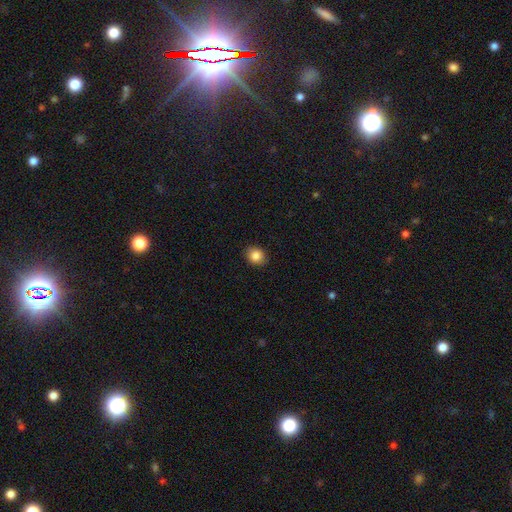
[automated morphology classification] Smooth or featured? smooth (86%)
How rounded? round (68%)
Merging? none (89%)